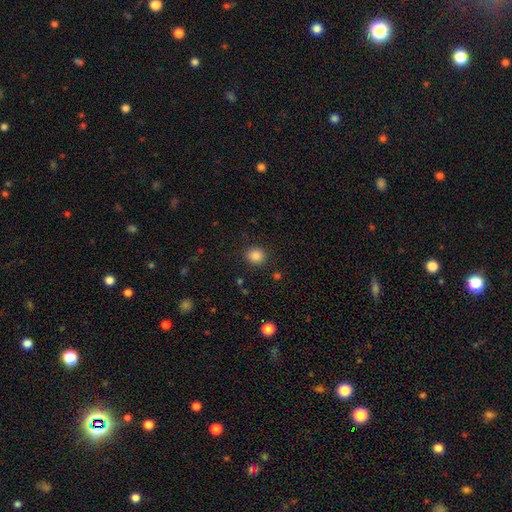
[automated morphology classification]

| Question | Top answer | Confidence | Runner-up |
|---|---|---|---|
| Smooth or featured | smooth | 86% | star or artifact (11%) |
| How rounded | round | 82% | in between (17%) |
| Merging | none | 88% | minor disturbance (7%) |